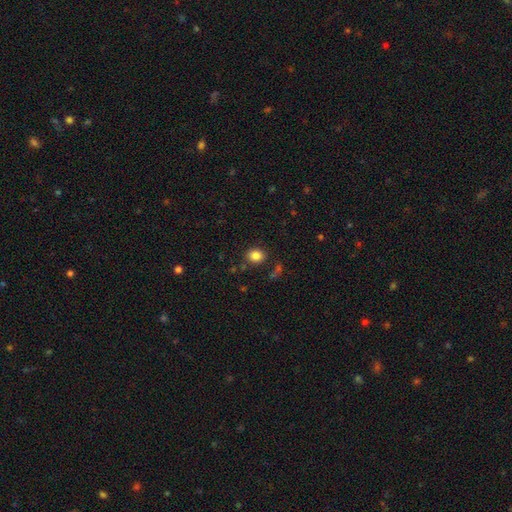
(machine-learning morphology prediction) This is clearly a smooth galaxy (84%). How rounded: likely round (64%). Merging: clearly none (84%).